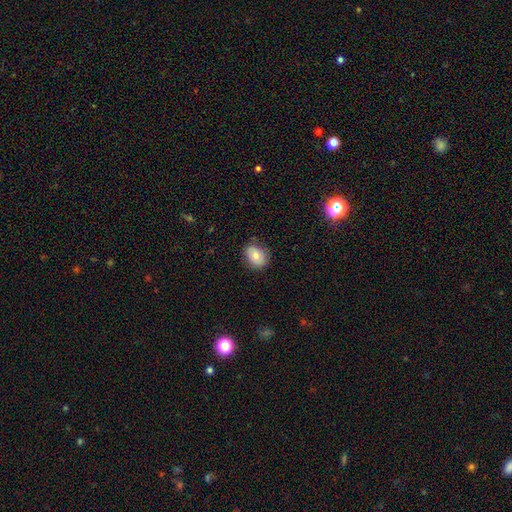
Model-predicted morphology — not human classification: smooth 74%, featured or disk 17%, star or artifact 8%. Down the decision tree: how rounded — in between (62%); merging — none (80%).